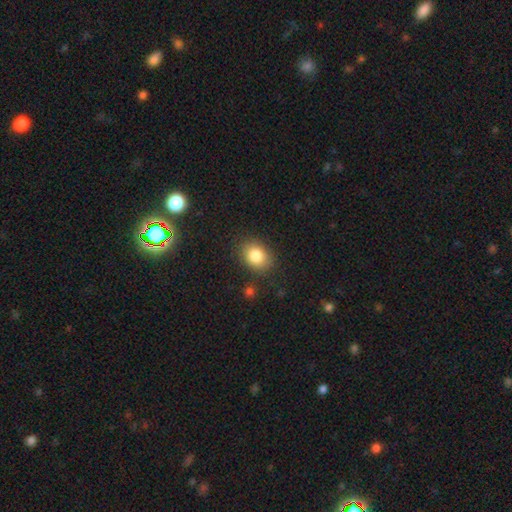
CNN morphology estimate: Q: Smooth or featured?
A: smooth (84%); runner-up: star or artifact (9%)
Q: How rounded?
A: in between (57%); runner-up: round (42%)
Q: Merging?
A: none (84%); runner-up: minor disturbance (11%)